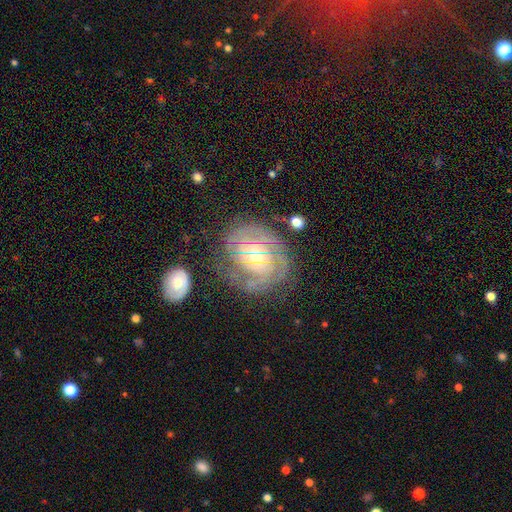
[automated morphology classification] smooth_or_featured: featured or disk (p=0.85) [alt: smooth p=0.08]
disk_edge_on: no (p=0.97) [alt: yes p=0.03]
bar: no (p=0.47) [alt: weak p=0.41]
has_spiral_arms: yes (p=0.93) [alt: no p=0.07]
spiral_winding: tight (p=0.78) [alt: medium p=0.18]
spiral_arm_count: can't tell (p=0.43) [alt: 3 p=0.17]
bulge_size: moderate (p=0.49) [alt: small p=0.47]
merging: none (p=0.68) [alt: minor disturbance p=0.19]